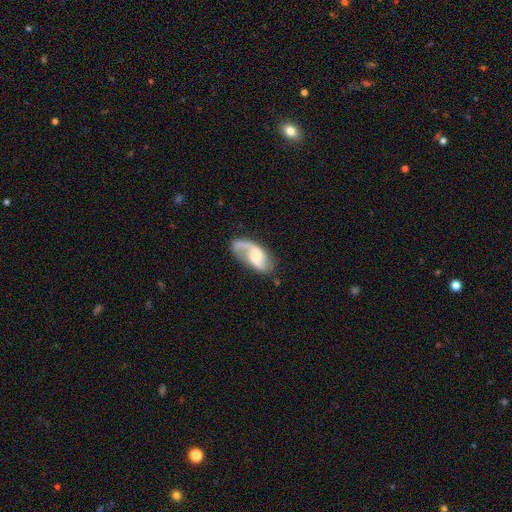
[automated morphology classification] type=featured or disk (70%); edge-on=no (96%); bar=weak (44%); spiral arms=yes (91%); winding=loose (54%); arm count=2 (62%); bulge=small (35%); merging=none (49%).